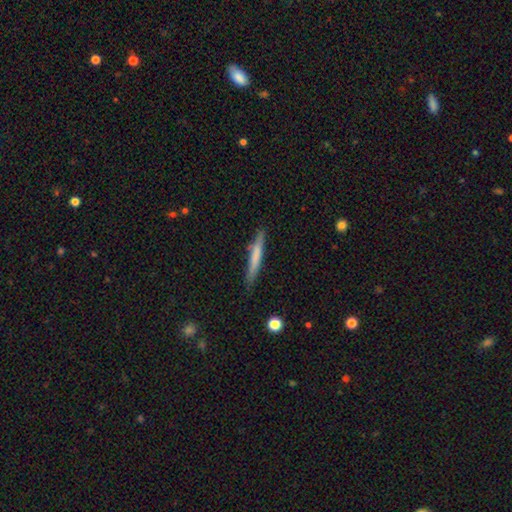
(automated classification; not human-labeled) A smooth galaxy with no disk features (63%) that is cigar-shaped (95%).

Vote fractions:
- Smooth or featured? smooth: 63% / featured or disk: 31% / star or artifact: 6%
- How rounded? cigar-shaped: 95% / in between: 4% / round: 1%
- Merging? none: 84% / minor disturbance: 11% / major disturbance: 2% / merger: 2%